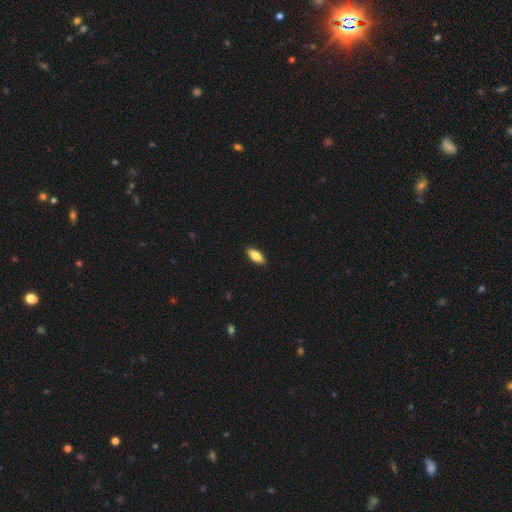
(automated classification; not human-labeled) The model was most divided on "how rounded": in between: 82%, cigar-shaped: 15%, round: 2%. More confident: merging — none (89%); smooth or featured — smooth (85%).